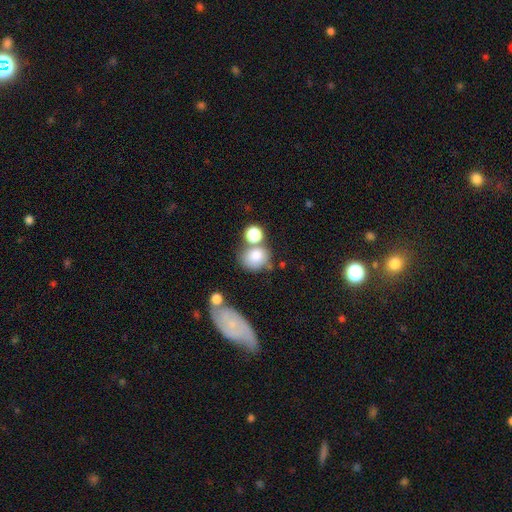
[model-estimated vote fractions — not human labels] smooth-or-featured: smooth: 79% | featured or disk: 11% | star or artifact: 10%
  how-rounded: round: 67% | in between: 31% | cigar-shaped: 1%
  merging: none: 49% | merger: 30% | minor disturbance: 14% | major disturbance: 6%